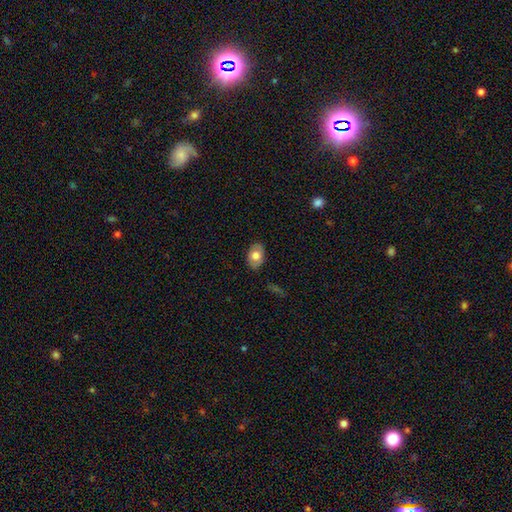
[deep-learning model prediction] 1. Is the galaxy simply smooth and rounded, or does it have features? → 71% smooth, 22% featured or disk, 7% star or artifact.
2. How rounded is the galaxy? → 86% in between, 13% round, 1% cigar-shaped.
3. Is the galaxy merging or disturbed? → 85% none, 12% minor disturbance, 2% major disturbance, 1% merger.